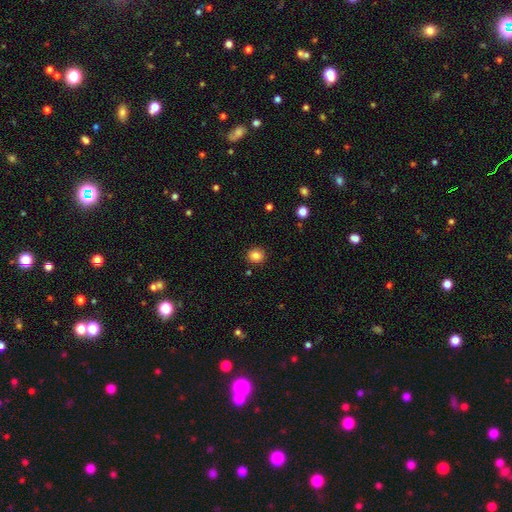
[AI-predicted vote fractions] Smooth or featured? Predicted: smooth (p=0.84). How rounded? Predicted: round (p=0.84). Merging? Predicted: none (p=0.90).